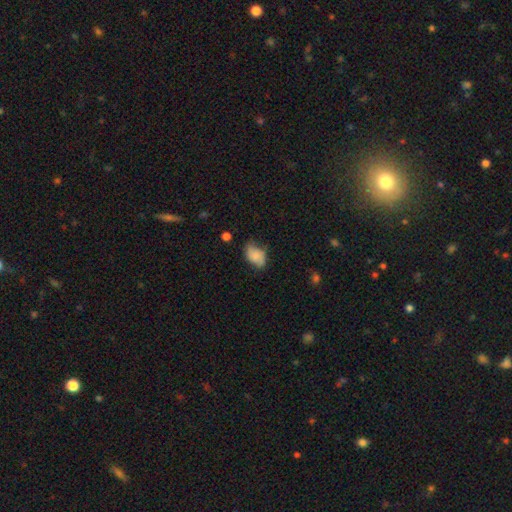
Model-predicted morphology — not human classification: A smooth galaxy with no disk features (76%) that is in between round and cigar-shaped (87%).

Vote fractions:
- Smooth or featured? smooth: 76% / featured or disk: 16% / star or artifact: 8%
- How rounded? in between: 87% / round: 11% / cigar-shaped: 1%
- Merging? none: 57% / minor disturbance: 33% / major disturbance: 8% / merger: 2%